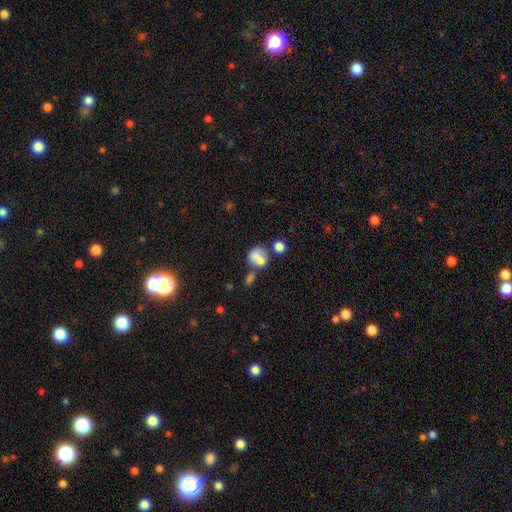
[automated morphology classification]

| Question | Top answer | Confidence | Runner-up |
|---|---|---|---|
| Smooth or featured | smooth | 68% | featured or disk (20%) |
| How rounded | round | 64% | in between (34%) |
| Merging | merger | 50% | none (30%) |